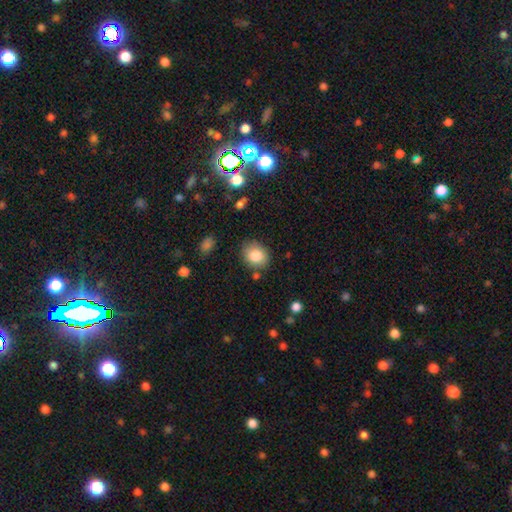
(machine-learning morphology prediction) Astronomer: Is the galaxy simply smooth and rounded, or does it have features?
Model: smooth — 83%.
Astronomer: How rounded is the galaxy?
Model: round — 55% (runner-up: in between, 44%).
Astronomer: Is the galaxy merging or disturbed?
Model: none — 80%.